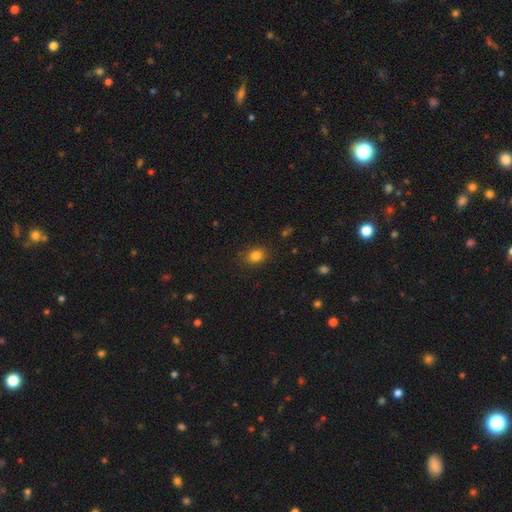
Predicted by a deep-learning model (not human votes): Smooth or featured? Predicted: smooth (p=0.83). How rounded? Predicted: in between (p=0.51). Merging? Predicted: none (p=0.85).